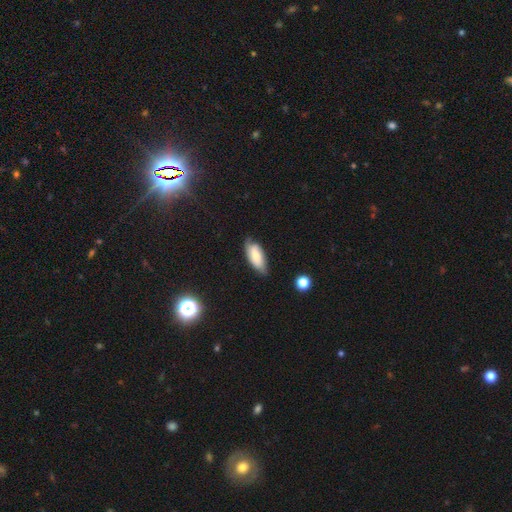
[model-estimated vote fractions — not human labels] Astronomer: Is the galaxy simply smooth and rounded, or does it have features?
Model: smooth — 64%.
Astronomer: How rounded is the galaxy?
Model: in between — 83%.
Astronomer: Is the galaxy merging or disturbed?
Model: none — 67%.